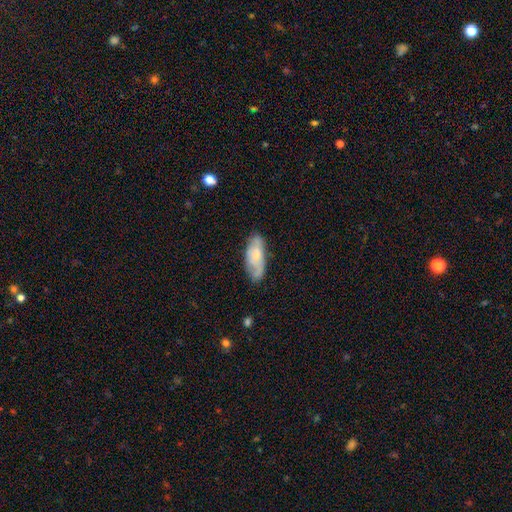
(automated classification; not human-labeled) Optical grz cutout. It shows a smooth galaxy with no disk features (53%) that is in between round and cigar-shaped (77%). Merging: none (67%).